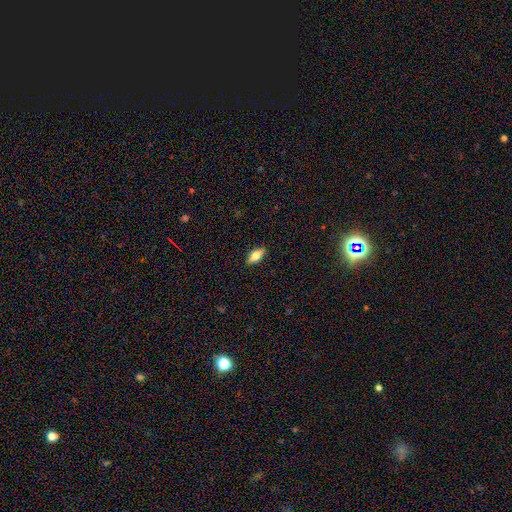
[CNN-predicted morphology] A smooth galaxy with no disk features (68%) that is in between round and cigar-shaped (82%).

Vote fractions:
- Smooth or featured? smooth: 68% / featured or disk: 25% / star or artifact: 7%
- How rounded? in between: 82% / cigar-shaped: 15% / round: 3%
- Merging? none: 89% / minor disturbance: 8% / major disturbance: 2% / merger: 1%